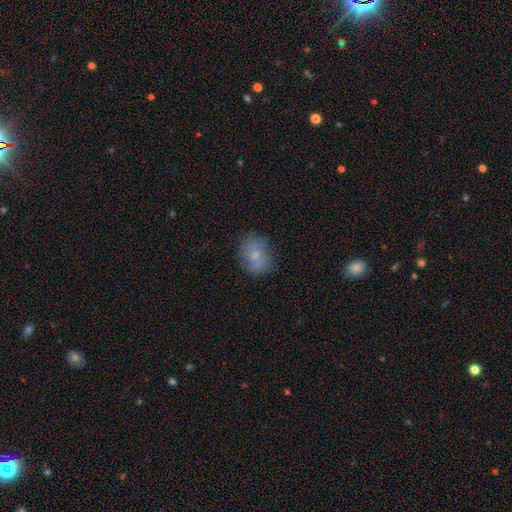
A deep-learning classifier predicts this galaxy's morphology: Q: Smooth or featured?
A: smooth (67%); runner-up: featured or disk (24%)
Q: How rounded?
A: round (52%); runner-up: in between (46%)
Q: Merging?
A: none (73%); runner-up: minor disturbance (19%)